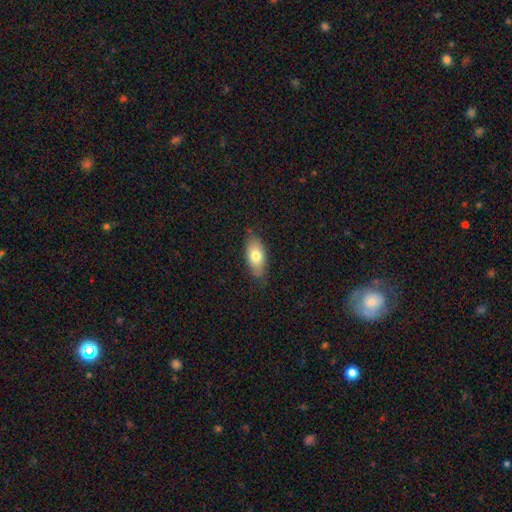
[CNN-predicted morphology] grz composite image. It shows a smooth galaxy with no disk features (73%) that is in between round and cigar-shaped (89%). Merging: none (78%).